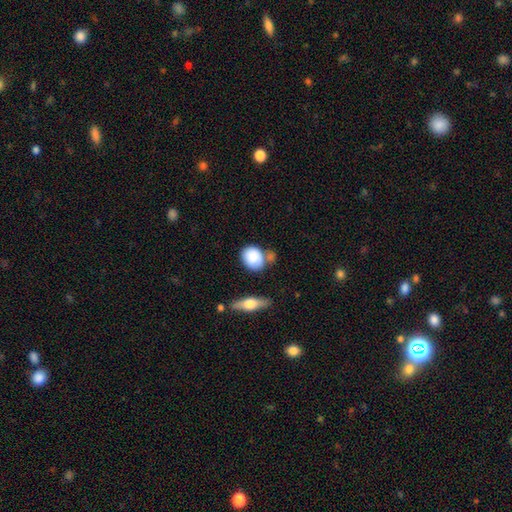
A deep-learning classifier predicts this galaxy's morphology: smooth_or_featured: smooth (p=0.84) [alt: featured or disk p=0.09]
how_rounded: in between (p=0.50) [alt: round p=0.48]
merging: none (p=0.54) [alt: minor disturbance p=0.21]